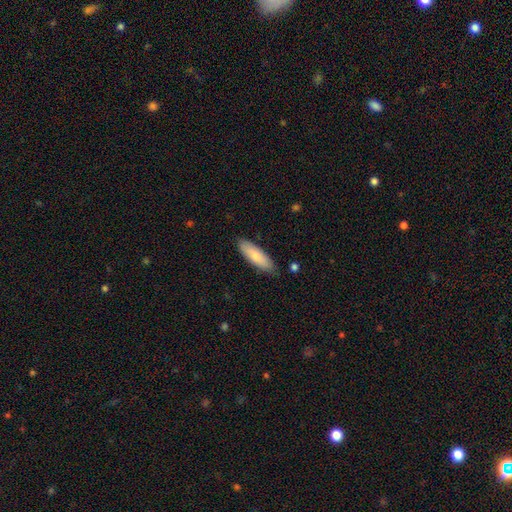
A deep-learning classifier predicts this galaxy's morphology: Smooth or featured: smooth — 80% (featured or disk — 14%)
How rounded: in between — 52% (cigar-shaped — 46%)
Merging: none — 85% (minor disturbance — 12%)